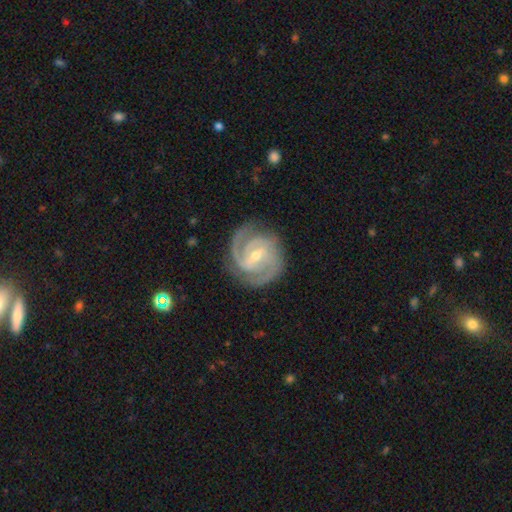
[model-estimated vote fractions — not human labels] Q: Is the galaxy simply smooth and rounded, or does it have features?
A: featured or disk — 92%.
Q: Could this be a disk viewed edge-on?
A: no — 98%.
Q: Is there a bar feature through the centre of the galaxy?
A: weak — 48%.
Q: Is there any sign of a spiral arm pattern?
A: yes — 98%.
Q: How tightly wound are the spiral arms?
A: tight — 57%.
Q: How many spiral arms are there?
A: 2 — 56%.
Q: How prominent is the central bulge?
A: small — 55%.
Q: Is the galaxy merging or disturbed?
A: none — 82%.